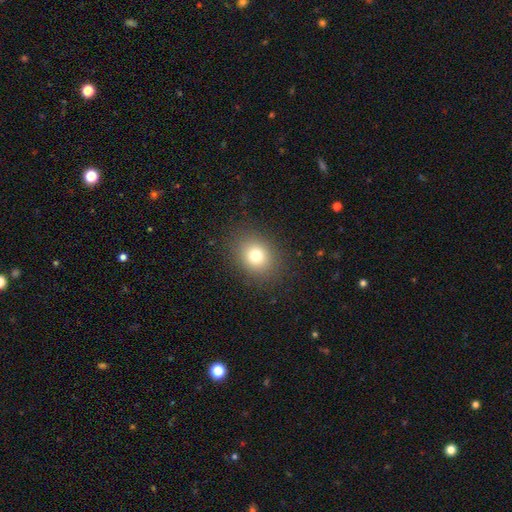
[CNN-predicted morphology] smooth 77%, star or artifact 13%, featured or disk 10%. Down the decision tree: how rounded — round (56%); merging — none (87%).